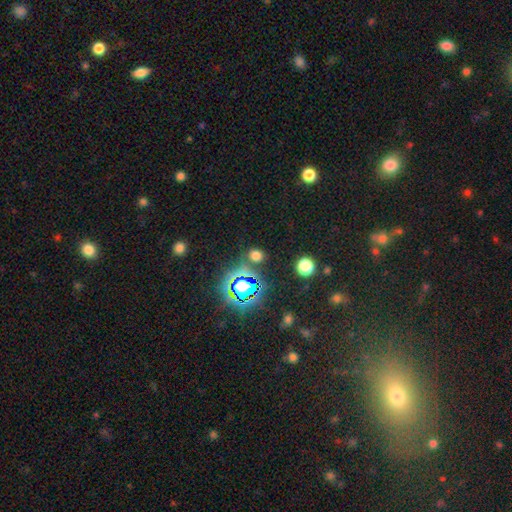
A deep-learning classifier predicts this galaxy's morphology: smooth_or_featured: smooth (p=0.59) [alt: star or artifact p=0.35]
how_rounded: round (p=0.63) [alt: in between p=0.35]
merging: none (p=0.81) [alt: minor disturbance p=0.09]